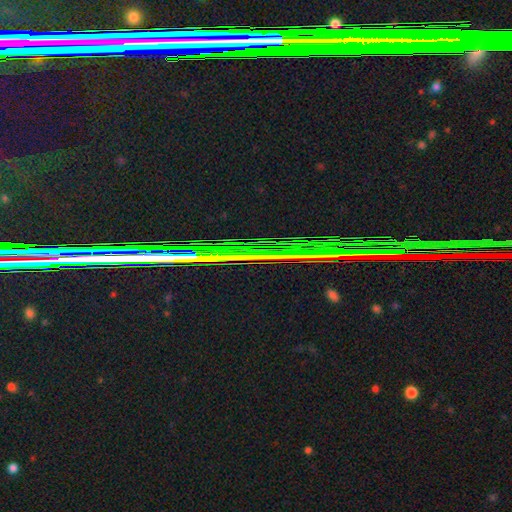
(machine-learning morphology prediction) A star or artifact, not a galaxy (83%).

Vote fractions:
- Smooth or featured? star or artifact: 83% / featured or disk: 9% / smooth: 9%